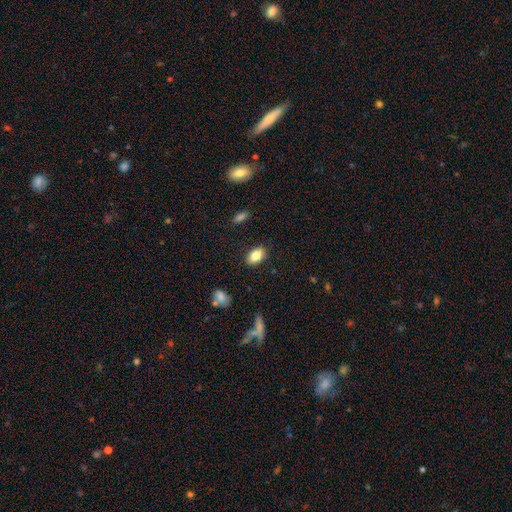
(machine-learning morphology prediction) type=smooth (84%); roundness=in between (88%); merging=none (86%).